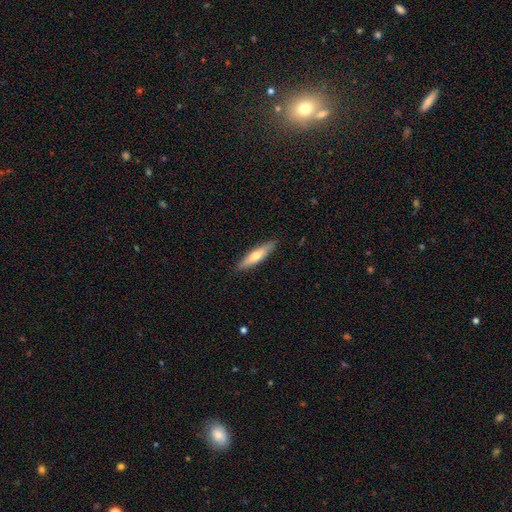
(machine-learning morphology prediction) A smooth galaxy with no disk features (61%) that is cigar-shaped (77%).

Vote fractions:
- Smooth or featured? smooth: 61% / featured or disk: 34% / star or artifact: 5%
- How rounded? cigar-shaped: 77% / in between: 21% / round: 1%
- Merging? none: 89% / minor disturbance: 9% / major disturbance: 2% / merger: 1%